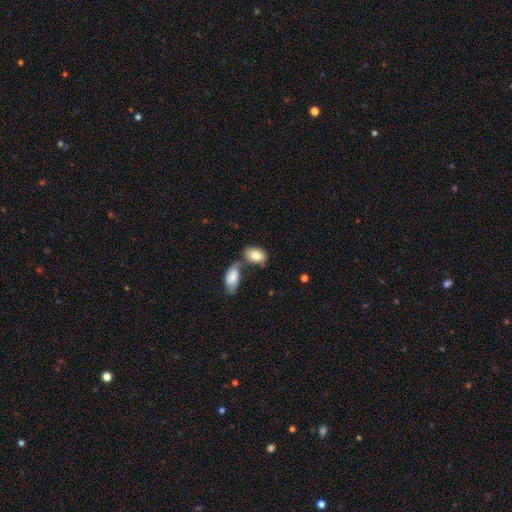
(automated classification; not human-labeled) smooth_or_featured: smooth (p=0.81) [alt: featured or disk p=0.12]
how_rounded: in between (p=0.87) [alt: round p=0.11]
merging: none (p=0.43) [alt: merger p=0.35]